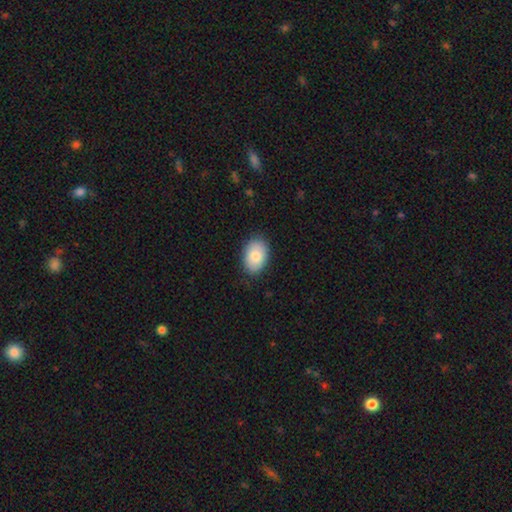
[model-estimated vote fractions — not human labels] Q: Smooth or featured?
A: smooth (84%); runner-up: featured or disk (10%)
Q: How rounded?
A: in between (84%); runner-up: round (15%)
Q: Merging?
A: none (85%); runner-up: minor disturbance (12%)